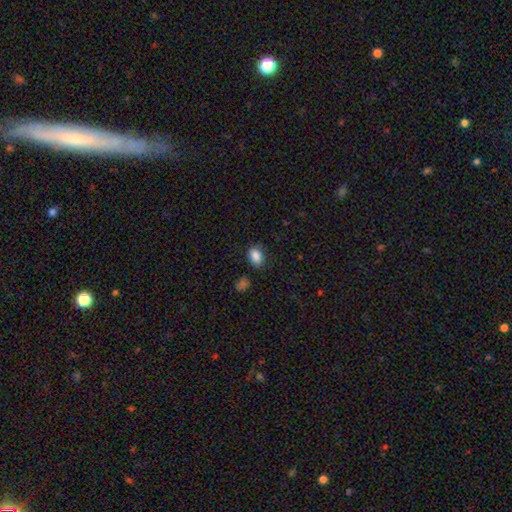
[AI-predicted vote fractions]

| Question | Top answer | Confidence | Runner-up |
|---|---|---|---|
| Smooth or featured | smooth | 86% | star or artifact (9%) |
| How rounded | in between | 71% | round (28%) |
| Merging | none | 78% | minor disturbance (16%) |